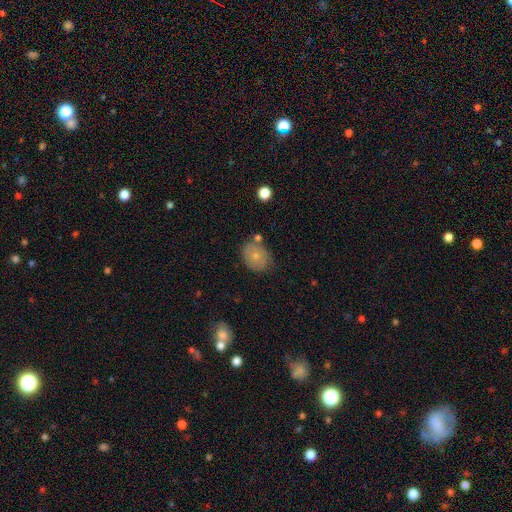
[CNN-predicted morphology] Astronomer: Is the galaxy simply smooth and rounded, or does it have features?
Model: smooth — 67%.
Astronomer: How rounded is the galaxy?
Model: in between — 51% (runner-up: round, 48%).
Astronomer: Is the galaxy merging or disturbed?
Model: none — 67%.